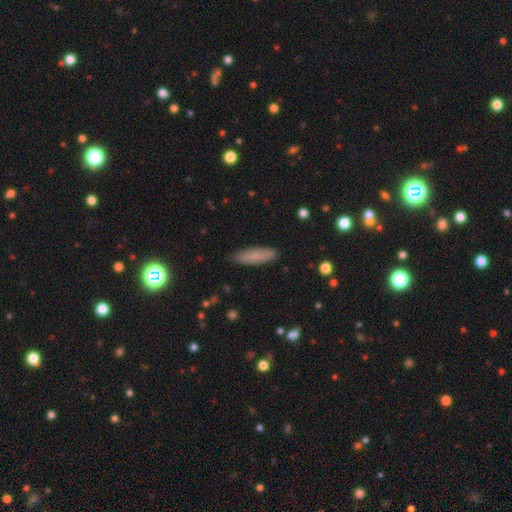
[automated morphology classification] A smooth galaxy with no disk features (81%) that is cigar-shaped (64%). Merging: none (87%).